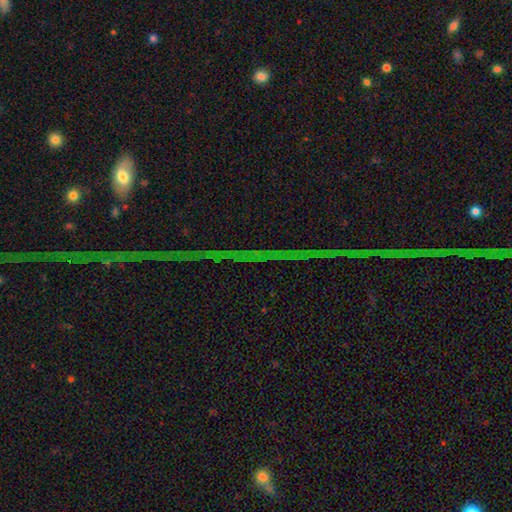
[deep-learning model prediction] A star or artifact, not a galaxy (82%).